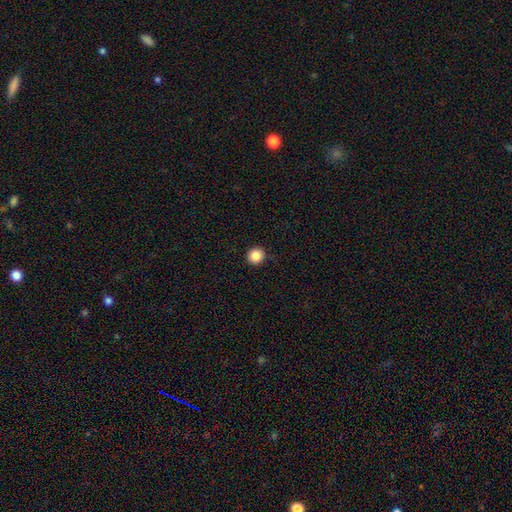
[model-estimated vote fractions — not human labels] Smooth or featured: smooth — 87% (star or artifact — 10%)
How rounded: round — 94% (in between — 5%)
Merging: none — 91% (minor disturbance — 6%)